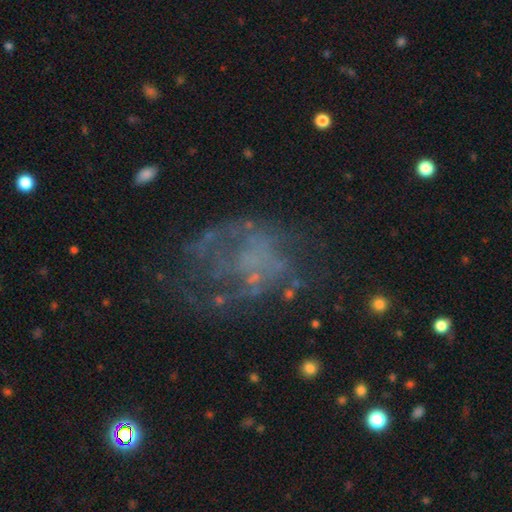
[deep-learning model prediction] Smooth or featured: featured or disk — 60% (smooth — 22%)
Edge-on disk: no — 98% (yes — 2%)
Bar: no — 88% (weak — 10%)
Spiral arms: no — 68% (yes — 32%)
Bulge size: none — 72% (small — 16%)
Merging: none — 42% (major disturbance — 34%)